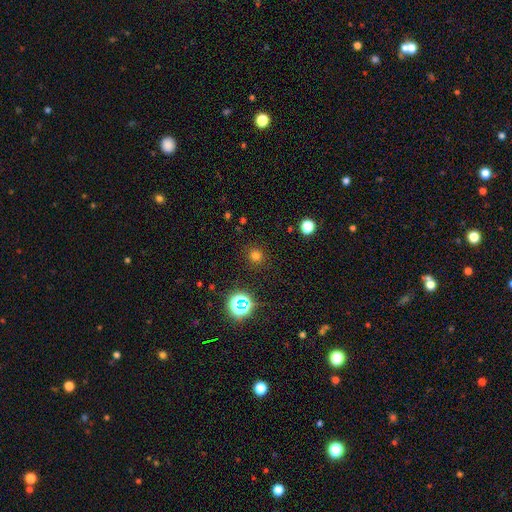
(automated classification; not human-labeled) Smooth or featured? Predicted: smooth (p=0.69). How rounded? Predicted: round (p=0.93). Merging? Predicted: none (p=0.89).